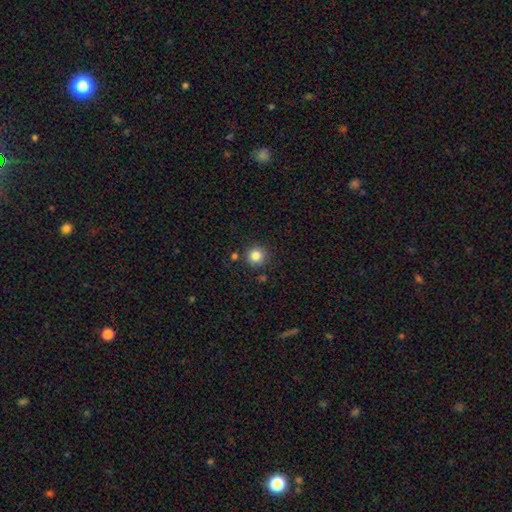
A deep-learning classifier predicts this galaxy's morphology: Smooth or featured?
  - smooth: 84% *
  - star or artifact: 11%
  - featured or disk: 5%
How rounded?
  - round: 94% *
  - in between: 5%
  - cigar-shaped: 1%
Merging?
  - none: 86% *
  - minor disturbance: 8%
  - merger: 4%
  - major disturbance: 2%